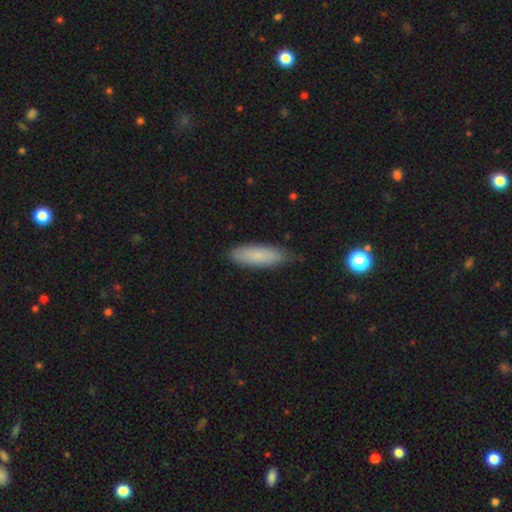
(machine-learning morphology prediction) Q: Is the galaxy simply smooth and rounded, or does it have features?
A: smooth — 81%.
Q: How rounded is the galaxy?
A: in between — 52%.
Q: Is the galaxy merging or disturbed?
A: none — 75%.